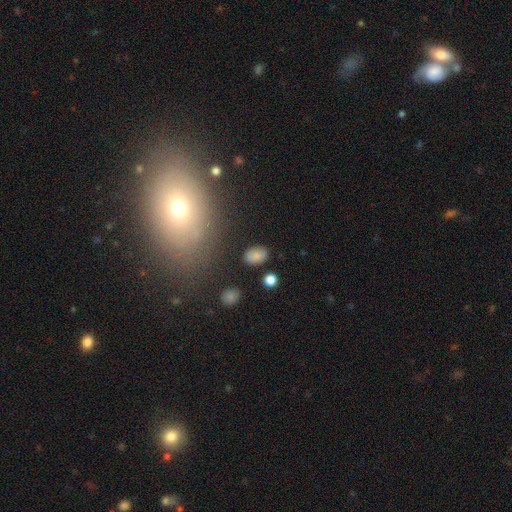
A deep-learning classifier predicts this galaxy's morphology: Q: Smooth or featured?
A: smooth (81%); runner-up: star or artifact (11%)
Q: How rounded?
A: in between (84%); runner-up: round (15%)
Q: Merging?
A: none (82%); runner-up: minor disturbance (12%)